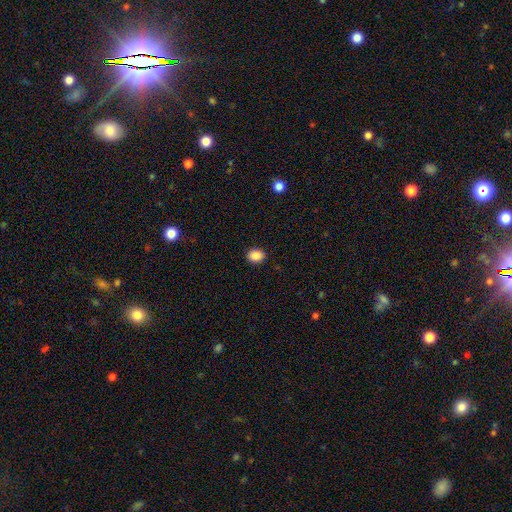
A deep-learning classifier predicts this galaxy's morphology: Smooth or featured? Predicted: smooth (p=0.89). How rounded? Predicted: in between (p=0.59). Merging? Predicted: none (p=0.90).